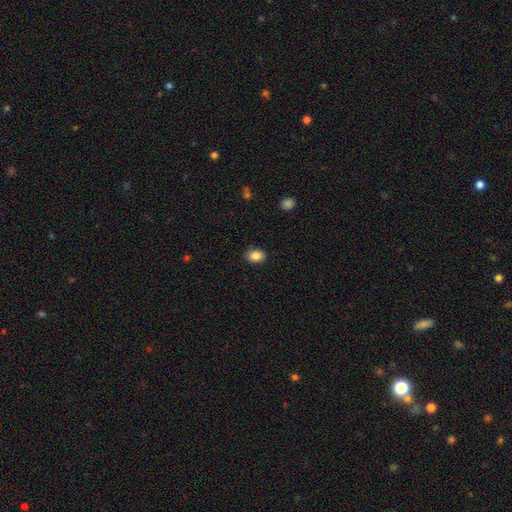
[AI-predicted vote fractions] Q: Smooth or featured?
A: smooth (86%); runner-up: star or artifact (9%)
Q: How rounded?
A: in between (71%); runner-up: round (28%)
Q: Merging?
A: none (86%); runner-up: minor disturbance (10%)